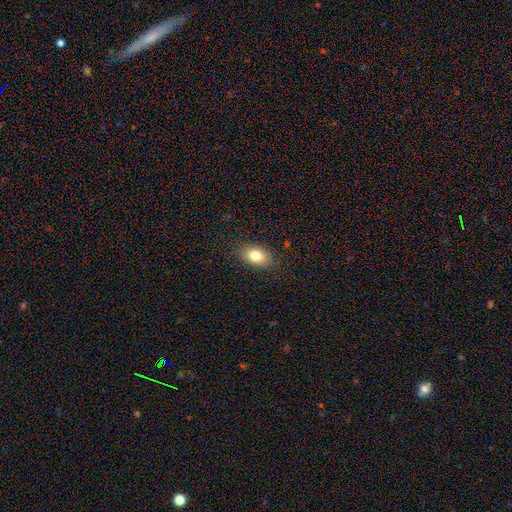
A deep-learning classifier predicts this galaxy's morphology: Overall: smooth (81%). How rounded: in between (85%). Merging: none (85%).